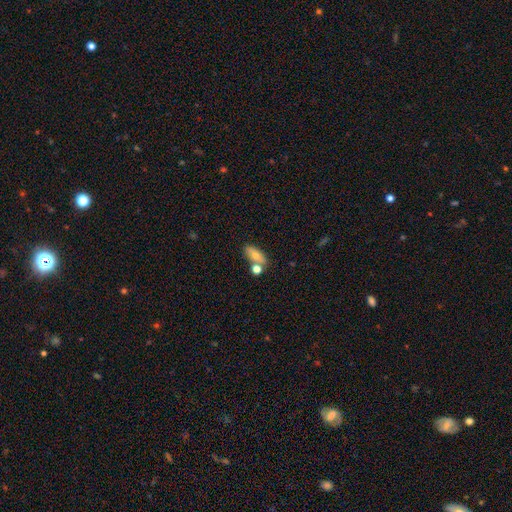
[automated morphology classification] A smooth galaxy with no disk features (73%) that is in between round and cigar-shaped (77%). Merging: none (57%).